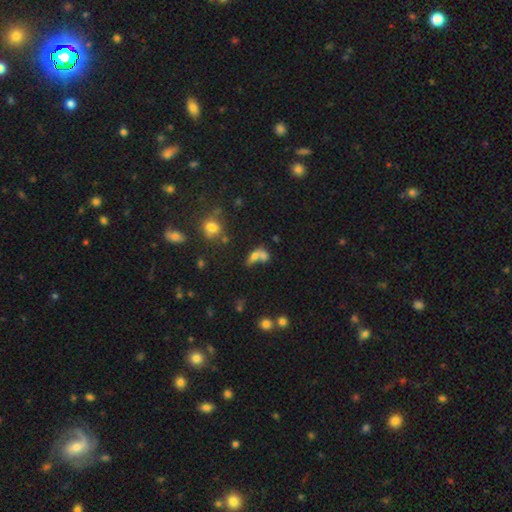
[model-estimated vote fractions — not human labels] Overall: smooth (65%). How rounded: in between (66%). Merging: merger (58%; none 25%).